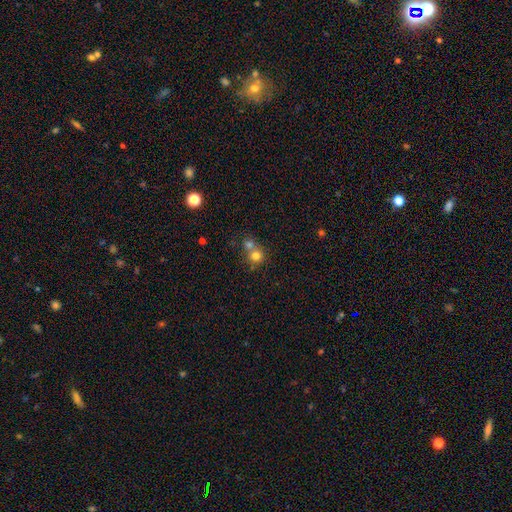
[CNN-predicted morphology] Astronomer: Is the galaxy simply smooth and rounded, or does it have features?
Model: smooth — 76%.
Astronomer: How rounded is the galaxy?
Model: round — 87%.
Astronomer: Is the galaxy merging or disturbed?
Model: merger — 50% (runner-up: none, 41%).